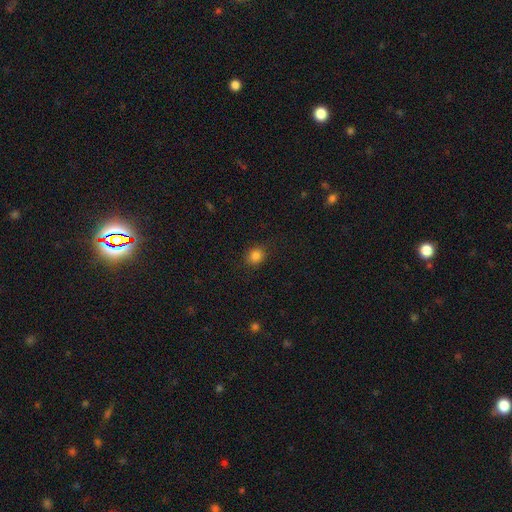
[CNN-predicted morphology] smooth_or_featured: smooth (p=0.84) [alt: star or artifact p=0.12]
how_rounded: round (p=0.62) [alt: in between p=0.37]
merging: none (p=0.84) [alt: minor disturbance p=0.11]